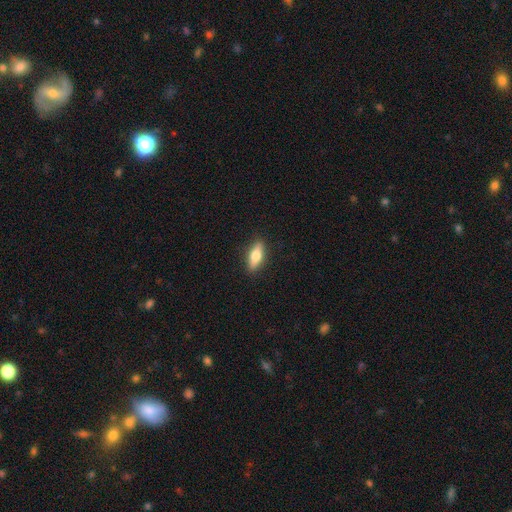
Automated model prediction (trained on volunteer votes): smooth_or_featured: smooth (p=0.66) [alt: featured or disk p=0.28]
how_rounded: in between (p=0.59) [alt: cigar-shaped p=0.38]
merging: none (p=0.88) [alt: minor disturbance p=0.09]